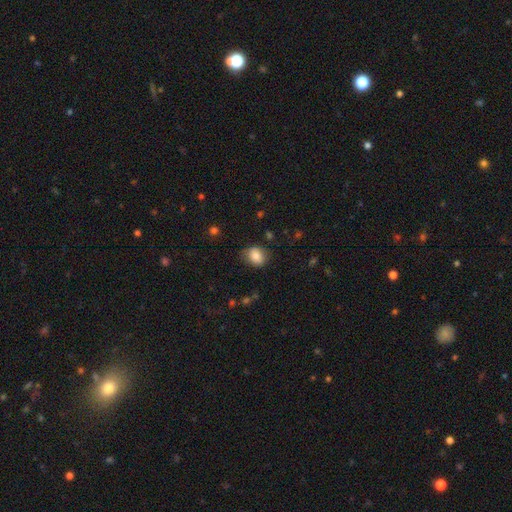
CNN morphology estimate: This is clearly a smooth galaxy (82%). How rounded: possibly round (55%). Merging: likely none (71%).